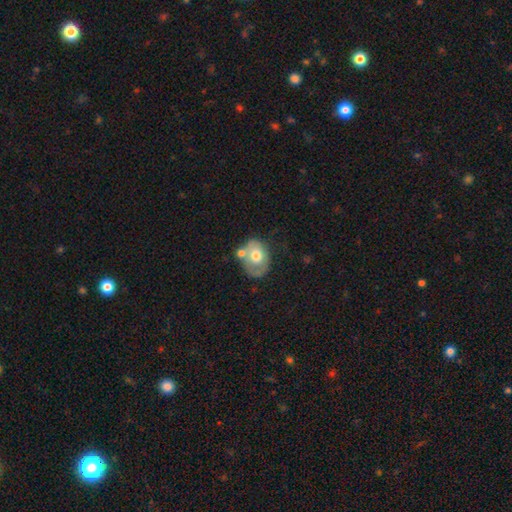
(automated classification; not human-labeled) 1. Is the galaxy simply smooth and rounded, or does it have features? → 53% smooth, 40% featured or disk, 6% star or artifact.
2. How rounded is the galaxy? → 63% in between, 36% round, 1% cigar-shaped.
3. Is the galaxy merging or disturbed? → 37% none, 30% merger, 22% minor disturbance, 11% major disturbance.